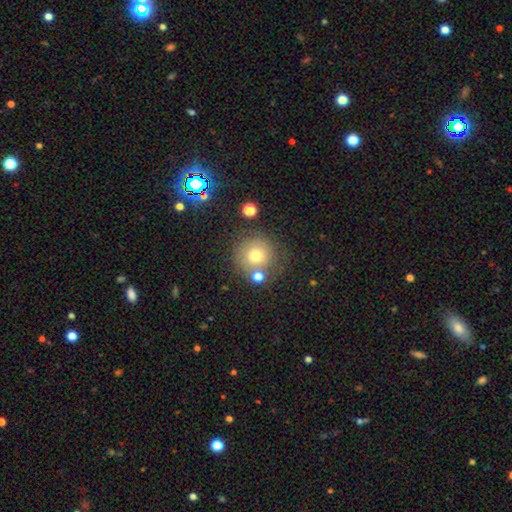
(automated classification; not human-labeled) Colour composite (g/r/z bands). It shows a smooth galaxy with no disk features (69%) that is round (92%). Merging: none (67%).